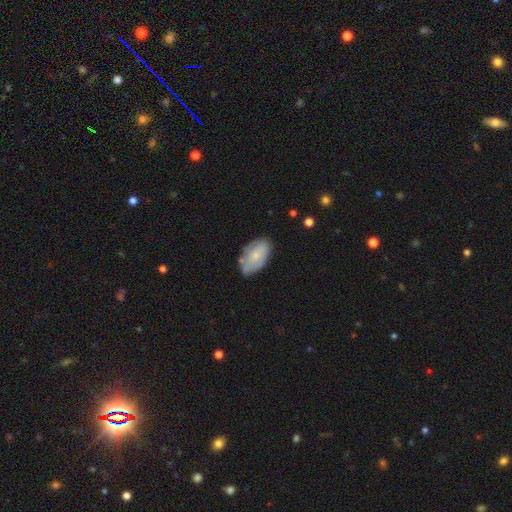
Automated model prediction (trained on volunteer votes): This is likely a smooth galaxy (61%). How rounded: clearly in between (93%). Merging: likely none (65%).